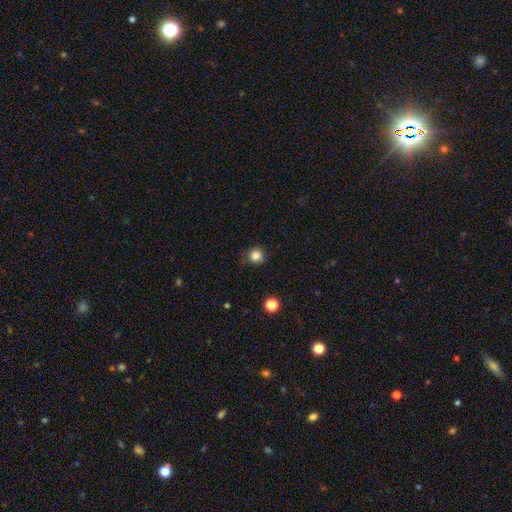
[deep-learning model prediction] Smooth or featured? Predicted: smooth (p=0.83). How rounded? Predicted: round (p=0.93). Merging? Predicted: none (p=0.84).